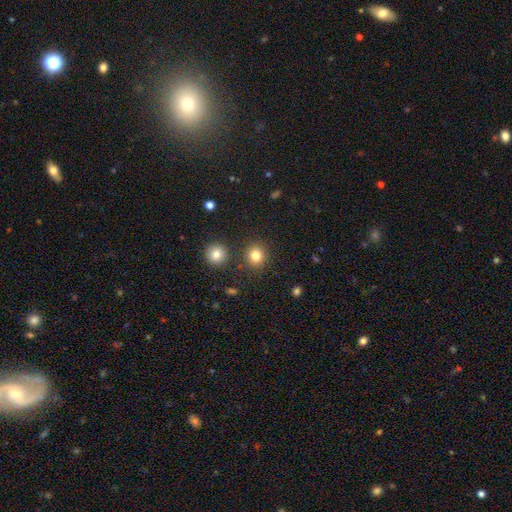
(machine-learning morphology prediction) A smooth galaxy with no disk features (82%) that is round (87%).

Vote fractions:
- Smooth or featured? smooth: 82% / star or artifact: 13% / featured or disk: 6%
- How rounded? round: 87% / in between: 12% / cigar-shaped: 1%
- Merging? none: 86% / minor disturbance: 7% / merger: 4% / major disturbance: 3%